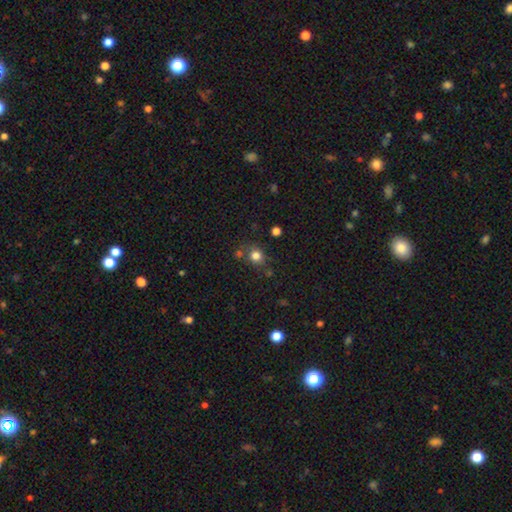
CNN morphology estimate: Smooth or featured? Predicted: smooth (p=0.79). How rounded? Predicted: round (p=0.81). Merging? Predicted: none (p=0.69).